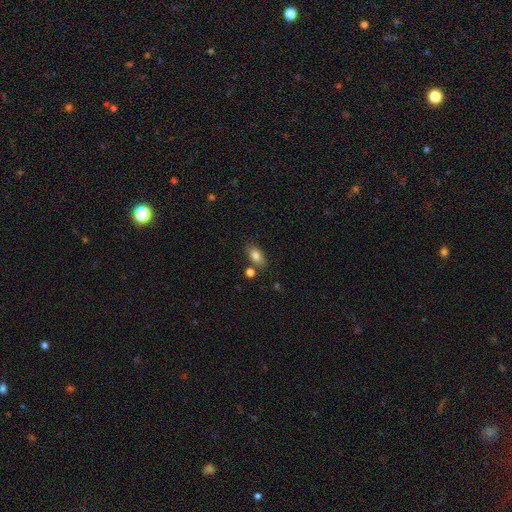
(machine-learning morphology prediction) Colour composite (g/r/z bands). It shows a smooth galaxy with no disk features (82%) that is in between round and cigar-shaped (88%). Merging: none (75%).